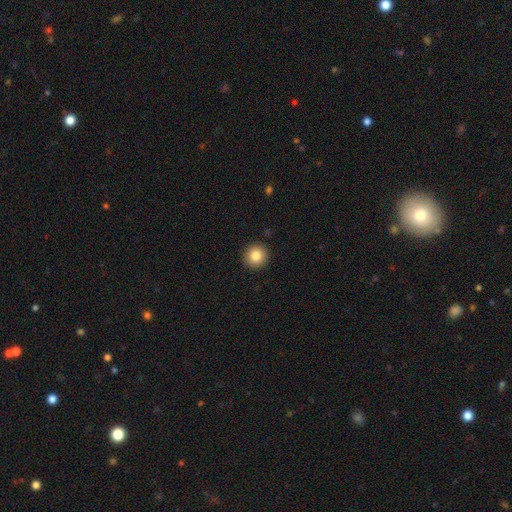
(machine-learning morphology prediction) Smooth or featured?
  - smooth: 84% *
  - star or artifact: 9%
  - featured or disk: 6%
How rounded?
  - round: 94% *
  - in between: 5%
  - cigar-shaped: 1%
Merging?
  - none: 92% *
  - minor disturbance: 5%
  - major disturbance: 2%
  - merger: 1%